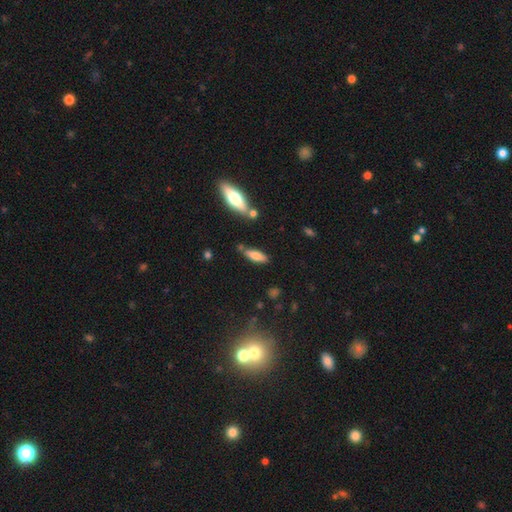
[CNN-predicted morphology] This appears to be a smooth galaxy with no disk features (71%) that is in between round and cigar-shaped (55%). Merging: none (72%).